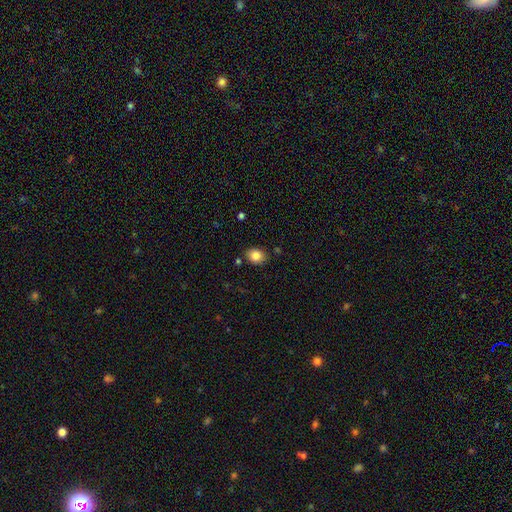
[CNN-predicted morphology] Overall: smooth (84%). How rounded: in between (52%; round 47%). Merging: none (83%).